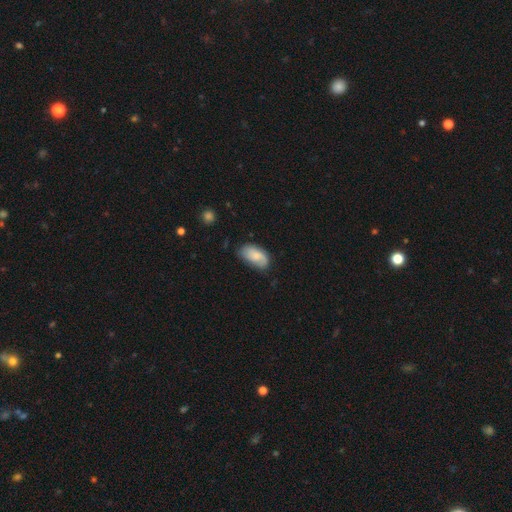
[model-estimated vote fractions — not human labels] smooth 62%, featured or disk 31%, star or artifact 7%. Down the decision tree: how rounded — in between (93%); merging — none (64%).